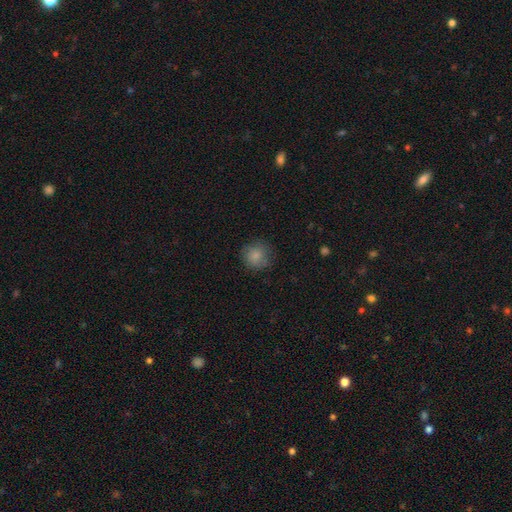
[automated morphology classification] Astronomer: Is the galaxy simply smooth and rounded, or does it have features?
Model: smooth — 85%.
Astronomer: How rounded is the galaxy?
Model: round — 91%.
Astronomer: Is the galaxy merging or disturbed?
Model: none — 81%.